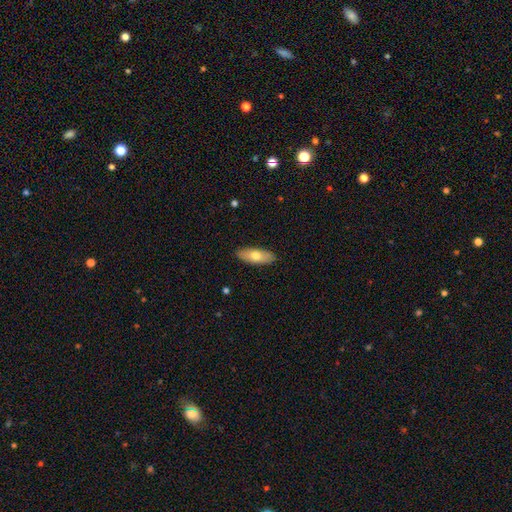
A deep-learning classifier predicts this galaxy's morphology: Q: Smooth or featured?
A: smooth (68%); runner-up: featured or disk (27%)
Q: How rounded?
A: in between (75%); runner-up: cigar-shaped (23%)
Q: Merging?
A: none (89%); runner-up: minor disturbance (8%)